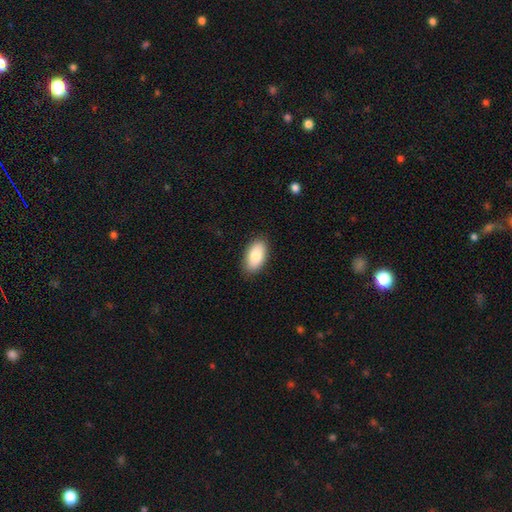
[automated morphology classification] Smooth or featured: smooth — 82% (featured or disk — 12%)
How rounded: in between — 94% (round — 3%)
Merging: none — 88% (minor disturbance — 10%)